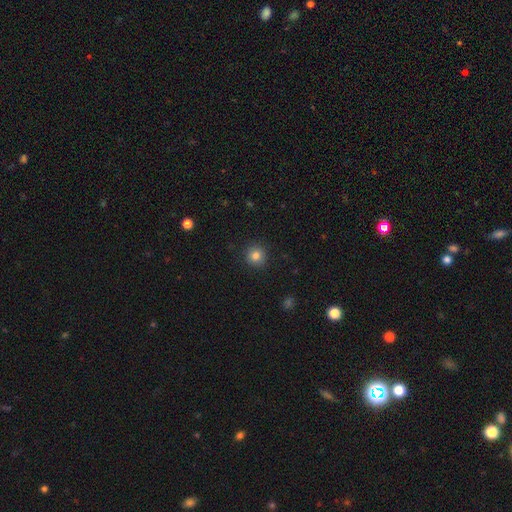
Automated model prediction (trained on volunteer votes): Smooth or featured? Predicted: smooth (p=0.81). How rounded? Predicted: round (p=0.94). Merging? Predicted: none (p=0.92).